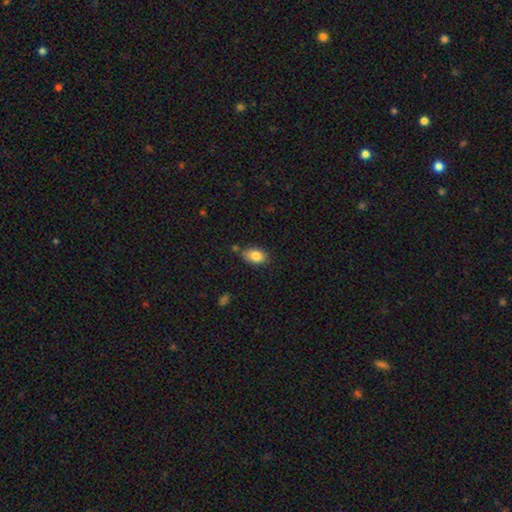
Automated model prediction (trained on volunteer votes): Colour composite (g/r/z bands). It shows a smooth galaxy with no disk features (83%) that is in between round and cigar-shaped (87%). Merging: none (73%).